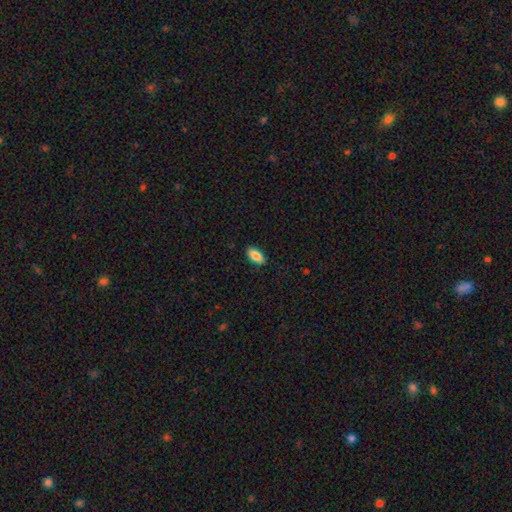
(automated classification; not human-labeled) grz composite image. It shows a smooth galaxy with no disk features (86%) that is in between round and cigar-shaped (87%). Merging: none (88%).